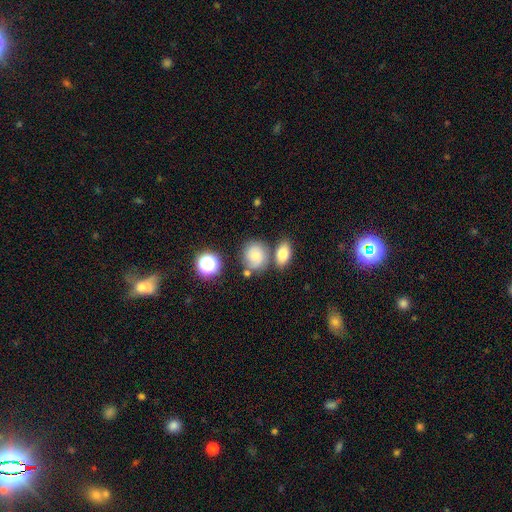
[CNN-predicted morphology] Smooth or featured? Predicted: smooth (p=0.70). How rounded? Predicted: round (p=0.68). Merging? Predicted: none (p=0.61).